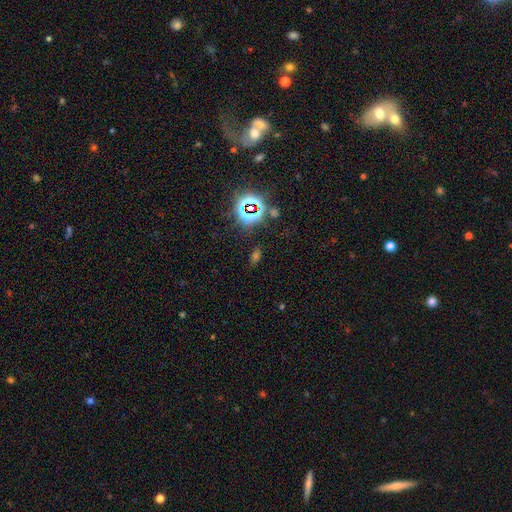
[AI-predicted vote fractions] A star or artifact, not a galaxy (58%).